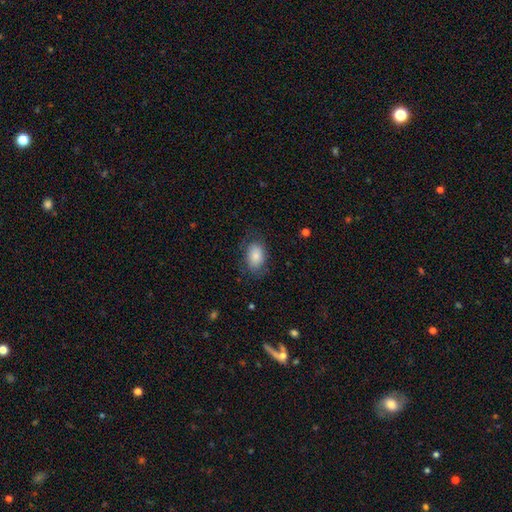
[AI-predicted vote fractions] A smooth galaxy with no disk features (81%) that is in between round and cigar-shaped (87%). Merging: none (70%).